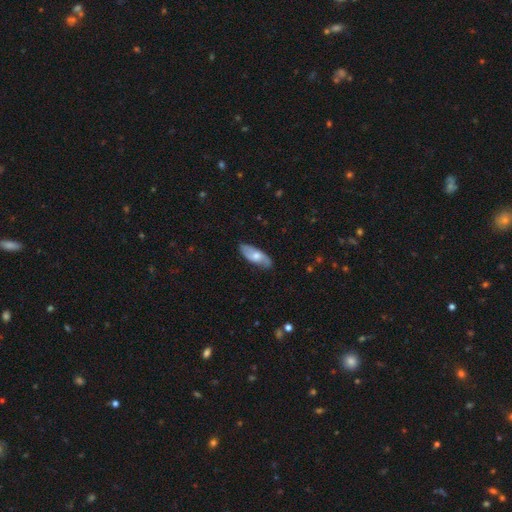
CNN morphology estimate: Smooth or featured?
  - featured or disk: 52% *
  - smooth: 42%
  - star or artifact: 6%
Edge-on disk?
  - no: 80% *
  - yes: 20%
Merging?
  - none: 81% *
  - minor disturbance: 15%
  - major disturbance: 3%
  - merger: 1%